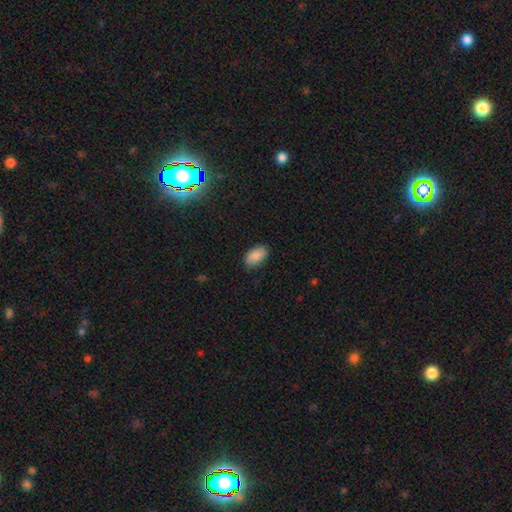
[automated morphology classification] Smooth or featured: smooth — 89% (star or artifact — 7%)
How rounded: in between — 94% (round — 4%)
Merging: none — 87% (minor disturbance — 9%)